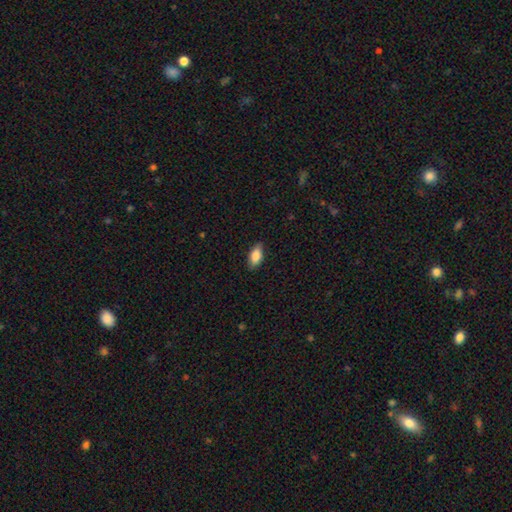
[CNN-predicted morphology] Overall: smooth (83%). How rounded: in between (88%). Merging: none (85%).